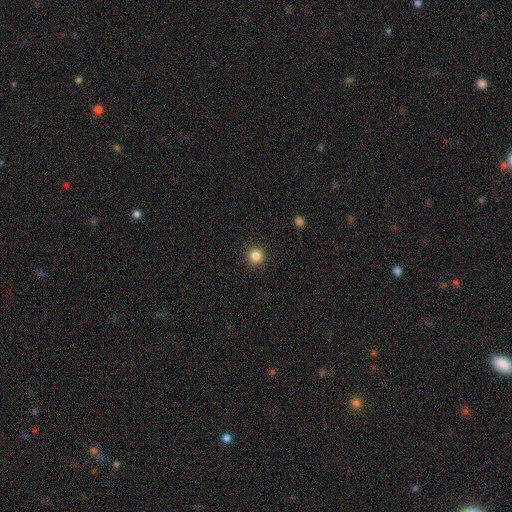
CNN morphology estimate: Smooth or featured?
  - smooth: 85% *
  - star or artifact: 11%
  - featured or disk: 4%
How rounded?
  - round: 95% *
  - in between: 4%
  - cigar-shaped: 1%
Merging?
  - none: 92% *
  - minor disturbance: 5%
  - major disturbance: 2%
  - merger: 1%